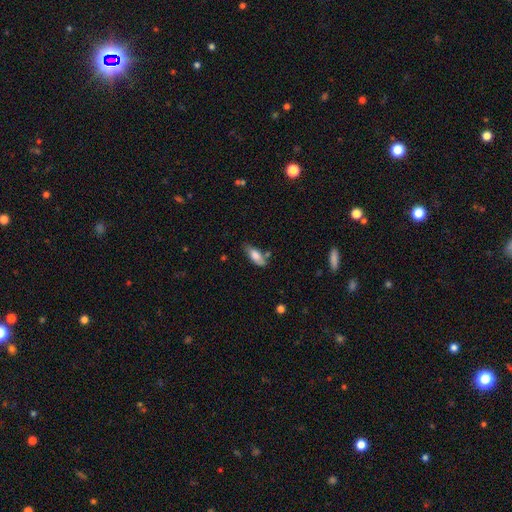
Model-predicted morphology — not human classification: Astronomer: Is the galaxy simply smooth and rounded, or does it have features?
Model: smooth — 77%.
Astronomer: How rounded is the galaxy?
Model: in between — 75%.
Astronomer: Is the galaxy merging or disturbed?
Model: none — 60%.